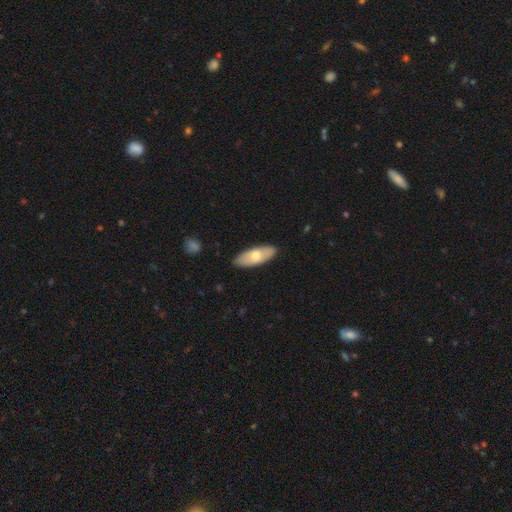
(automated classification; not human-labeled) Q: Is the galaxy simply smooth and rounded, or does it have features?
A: smooth — 65%.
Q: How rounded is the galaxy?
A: in between — 75%.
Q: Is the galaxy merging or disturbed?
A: none — 87%.